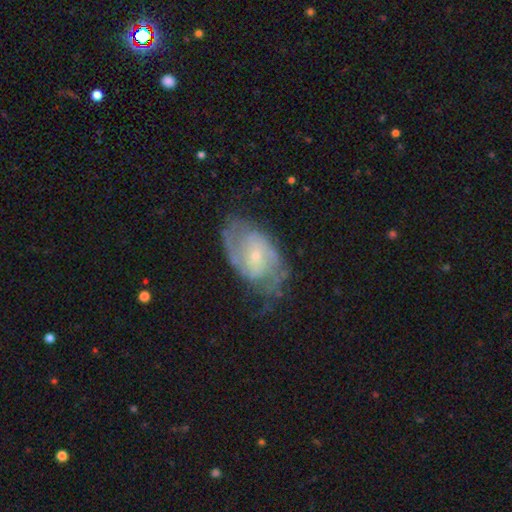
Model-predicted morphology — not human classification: The model was most divided on "bar": no: 50%, weak: 41%, strong: 9%. Remaining: edge-on disk — no (96%); spiral arms — yes (92%); smooth or featured — featured or disk (81%); bulge size — small (74%); spiral arm count — 2 (66%); merging — none (62%); spiral winding — medium (47%).